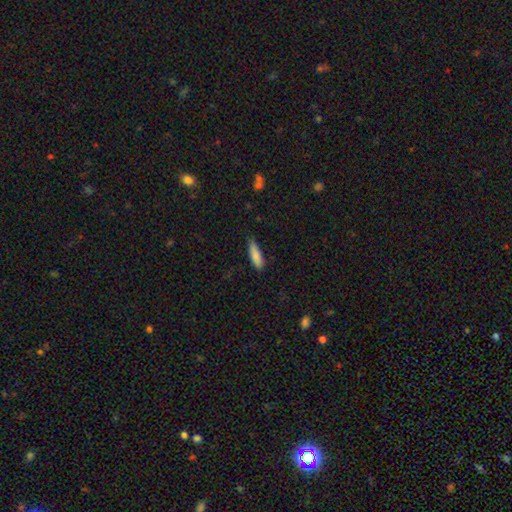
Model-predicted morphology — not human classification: Smooth or featured: smooth — 86% (featured or disk — 7%)
How rounded: cigar-shaped — 54% (in between — 45%)
Merging: none — 72% (minor disturbance — 23%)